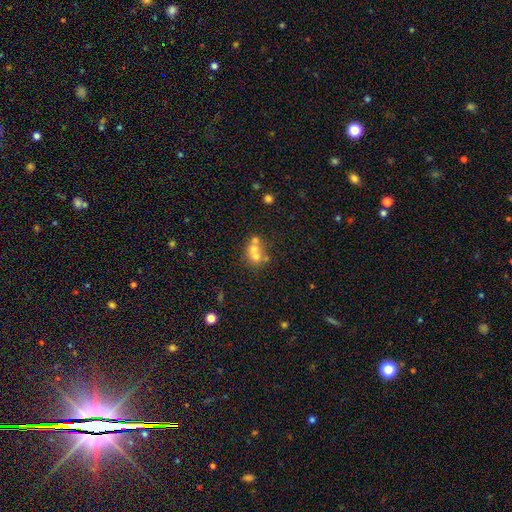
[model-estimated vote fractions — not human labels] This is possibly a smooth galaxy (50%). How rounded: likely round (71%). Merging: possibly merger (52%).